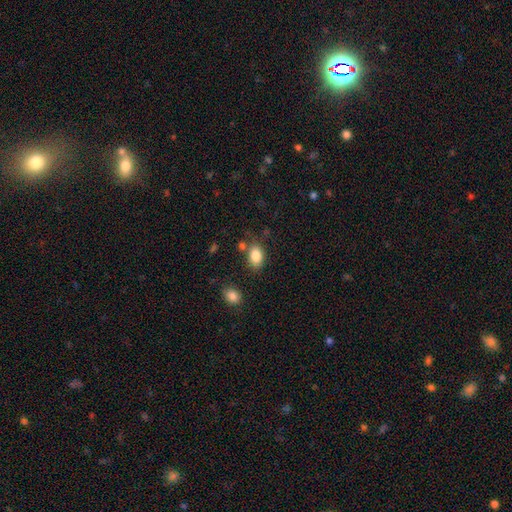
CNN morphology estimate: Overall: smooth (86%). How rounded: in between (85%). Merging: none (71%).